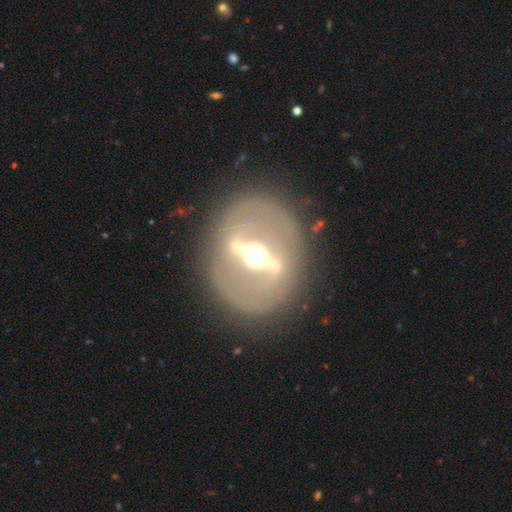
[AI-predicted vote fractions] Smooth or featured? featured or disk (84%)
Edge-on disk? no (64%)
Bar? strong (85%)
Spiral arms? no (75%)
Bulge size? moderate (69%)
Merging? none (84%)